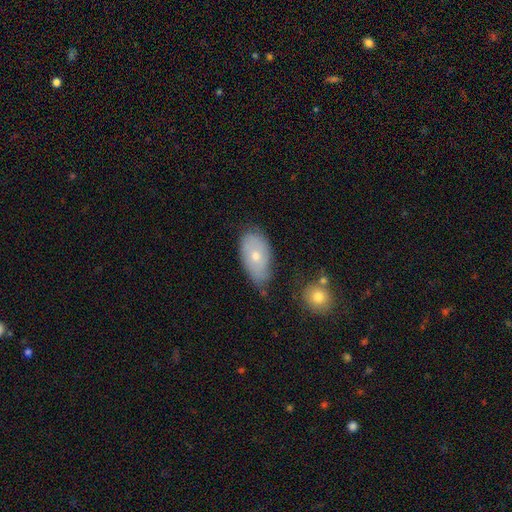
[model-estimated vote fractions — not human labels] Smooth or featured? smooth (58%)
How rounded? in between (90%)
Merging? none (46%)